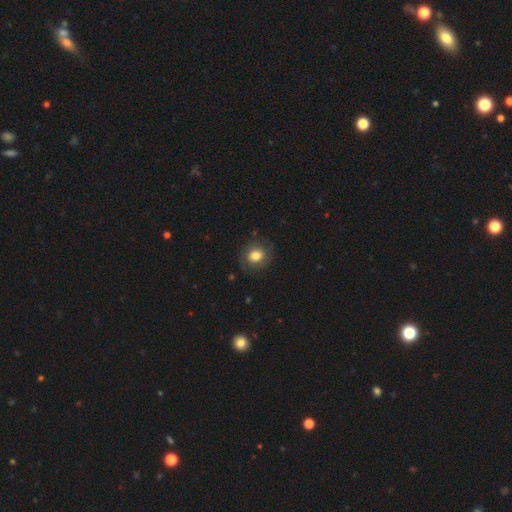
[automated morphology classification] smooth-or-featured: smooth: 78% | featured or disk: 13% | star or artifact: 9%
  how-rounded: round: 76% | in between: 23% | cigar-shaped: 1%
  merging: none: 83% | minor disturbance: 12% | major disturbance: 4% | merger: 1%